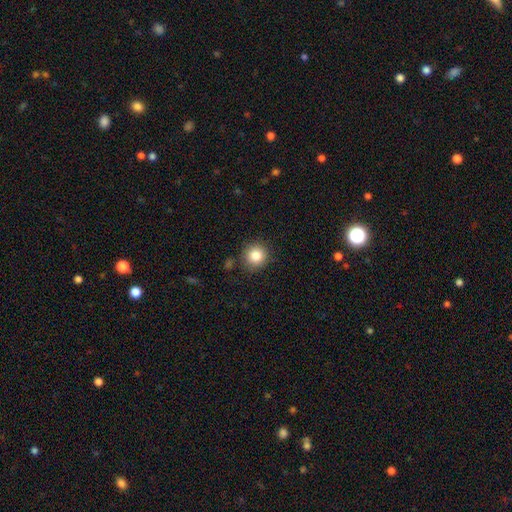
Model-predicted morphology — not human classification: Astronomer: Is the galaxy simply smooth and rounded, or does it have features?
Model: smooth — 84%.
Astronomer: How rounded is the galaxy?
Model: round — 93%.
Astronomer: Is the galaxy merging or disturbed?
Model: none — 87%.